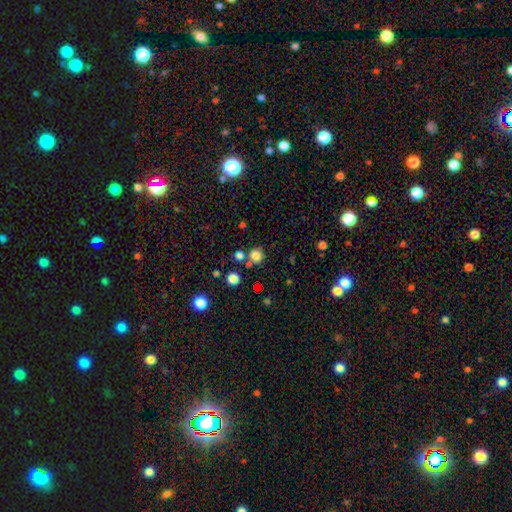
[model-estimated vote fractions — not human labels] The model was most divided on "merging": none: 71%, merger: 16%, minor disturbance: 9%, major disturbance: 4%. More confident: how rounded — round (92%); smooth or featured — smooth (78%).